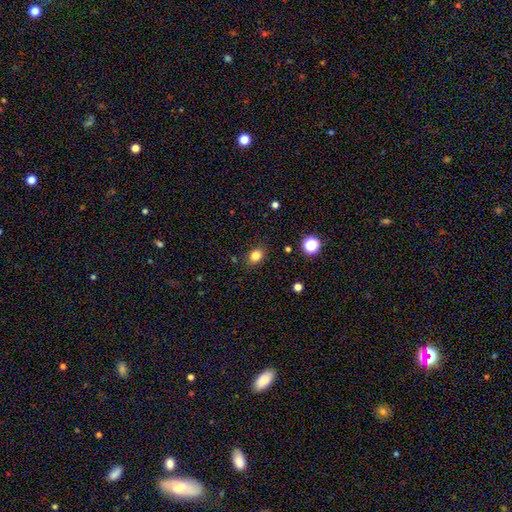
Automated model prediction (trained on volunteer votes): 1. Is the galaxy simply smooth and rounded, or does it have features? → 82% smooth, 13% star or artifact, 5% featured or disk.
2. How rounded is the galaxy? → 53% round, 46% in between, 1% cigar-shaped.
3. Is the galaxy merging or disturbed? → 86% none, 10% minor disturbance, 3% major disturbance, 1% merger.